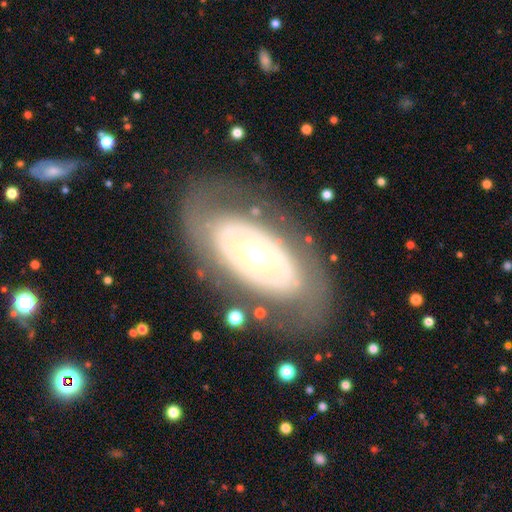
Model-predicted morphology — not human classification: Smooth or featured? Predicted: featured or disk (p=0.69). Edge-on disk? Predicted: no (p=0.90). Bar? Predicted: no (p=0.81). Spiral arms? Predicted: no (p=0.75). Bulge size? Predicted: moderate (p=0.65). Merging? Predicted: none (p=0.75).